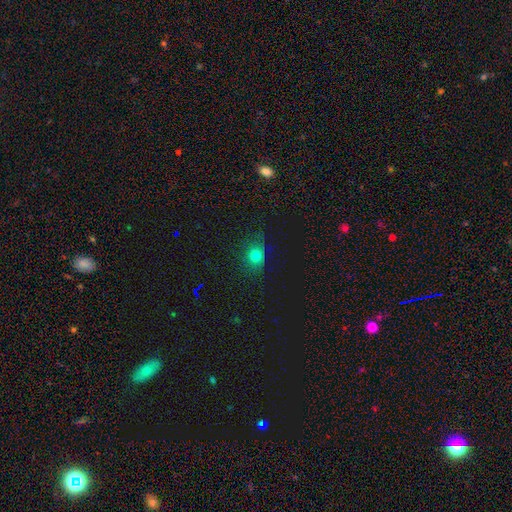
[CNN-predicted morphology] A smooth galaxy with no disk features (73%) that is round (57%).

Vote fractions:
- Smooth or featured? smooth: 73% / star or artifact: 19% / featured or disk: 9%
- How rounded? round: 57% / in between: 41% / cigar-shaped: 2%
- Merging? none: 69% / minor disturbance: 22% / major disturbance: 7% / merger: 2%